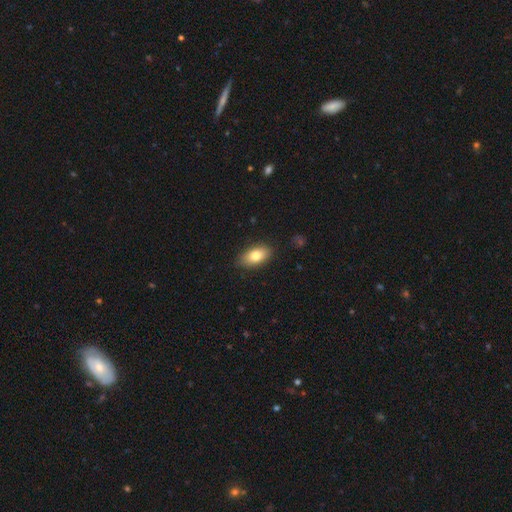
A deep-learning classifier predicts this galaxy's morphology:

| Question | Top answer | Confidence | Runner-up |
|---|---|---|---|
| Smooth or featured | smooth | 79% | featured or disk (14%) |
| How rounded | in between | 91% | round (5%) |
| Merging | none | 85% | minor disturbance (11%) |